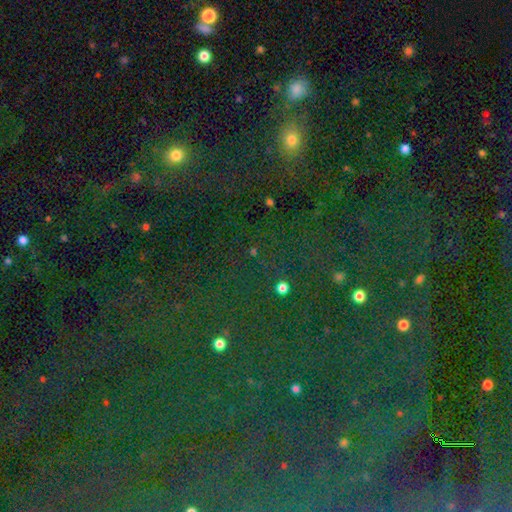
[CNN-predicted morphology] smooth-or-featured: star or artifact: 69% | smooth: 21% | featured or disk: 9%